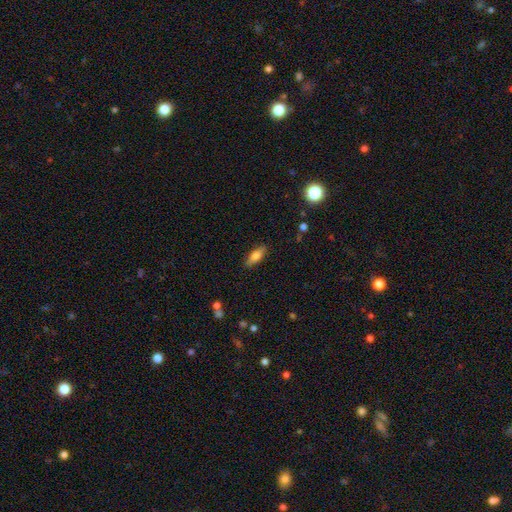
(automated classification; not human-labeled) Q: Smooth or featured?
A: smooth (73%); runner-up: featured or disk (19%)
Q: How rounded?
A: in between (65%); runner-up: cigar-shaped (32%)
Q: Merging?
A: none (87%); runner-up: minor disturbance (10%)